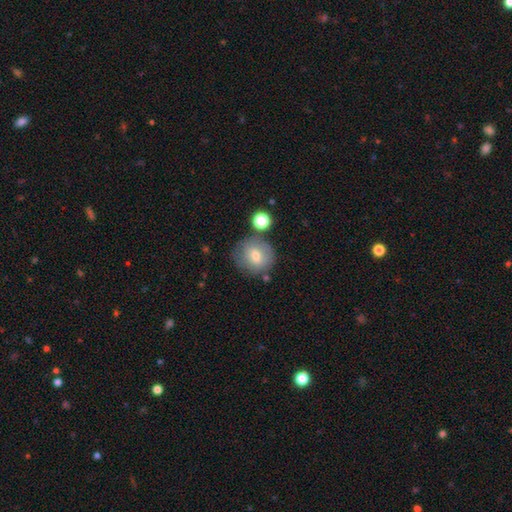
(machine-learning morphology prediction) type=smooth (71%); roundness=round (87%); merging=none (67%).